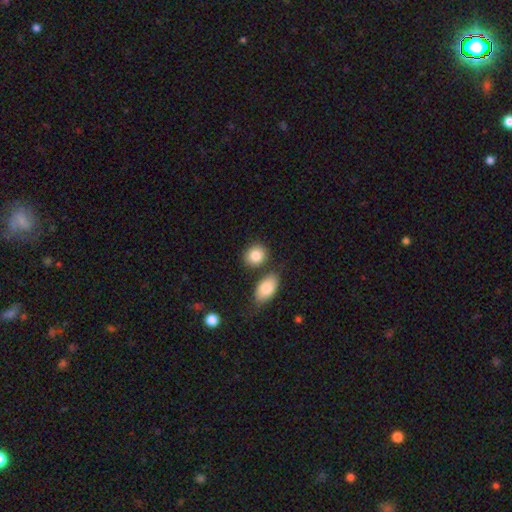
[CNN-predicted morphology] Q: Smooth or featured?
A: smooth (85%); runner-up: star or artifact (8%)
Q: How rounded?
A: round (60%); runner-up: in between (39%)
Q: Merging?
A: none (70%); runner-up: merger (16%)